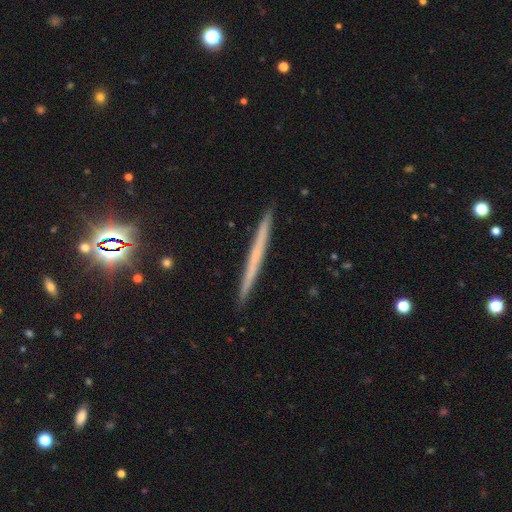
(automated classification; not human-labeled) Smooth or featured? featured or disk (50%)
Merging? none (92%)